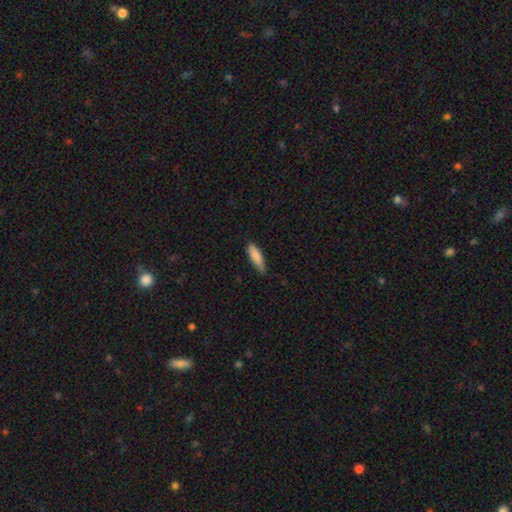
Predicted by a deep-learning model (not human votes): Smooth or featured? Predicted: smooth (p=0.84). How rounded? Predicted: cigar-shaped (p=0.58). Merging? Predicted: none (p=0.71).